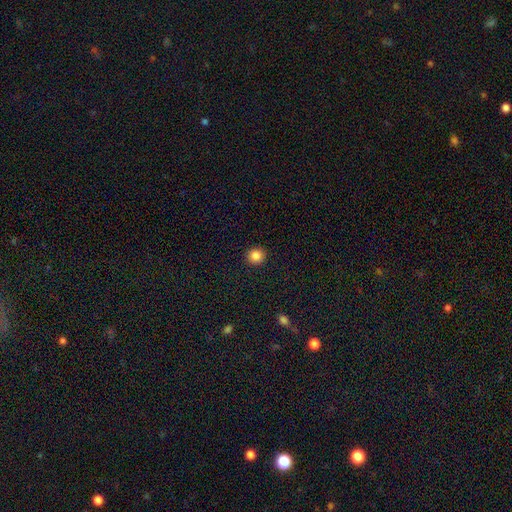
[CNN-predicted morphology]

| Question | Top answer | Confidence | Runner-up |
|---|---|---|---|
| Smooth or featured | smooth | 85% | star or artifact (10%) |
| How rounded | round | 91% | in between (8%) |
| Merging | none | 93% | minor disturbance (5%) |